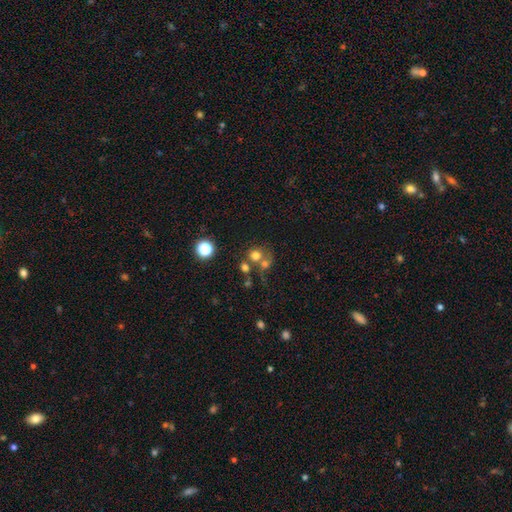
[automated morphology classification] smooth-or-featured: smooth: 67% | star or artifact: 17% | featured or disk: 15%
  how-rounded: round: 82% | in between: 18% | cigar-shaped: 1%
  merging: merger: 44% | none: 41% | minor disturbance: 8% | major disturbance: 6%